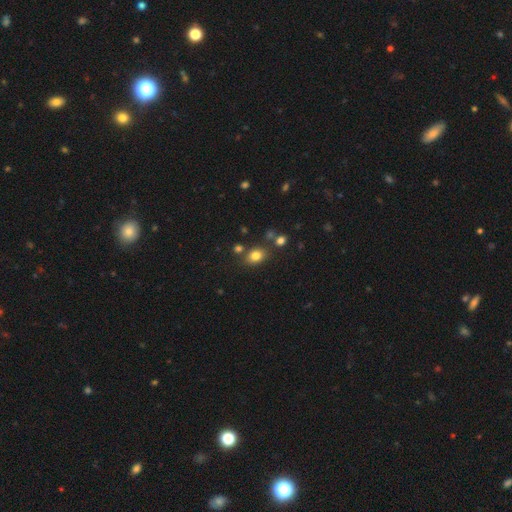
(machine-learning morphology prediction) Smooth or featured? smooth (80%)
How rounded? in between (59%)
Merging? none (75%)